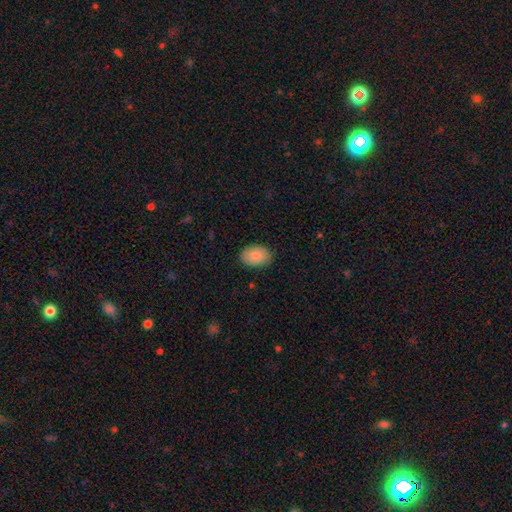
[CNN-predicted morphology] smooth_or_featured: smooth (p=0.87) [alt: star or artifact p=0.06]
how_rounded: in between (p=0.87) [alt: round p=0.12]
merging: none (p=0.87) [alt: minor disturbance p=0.10]